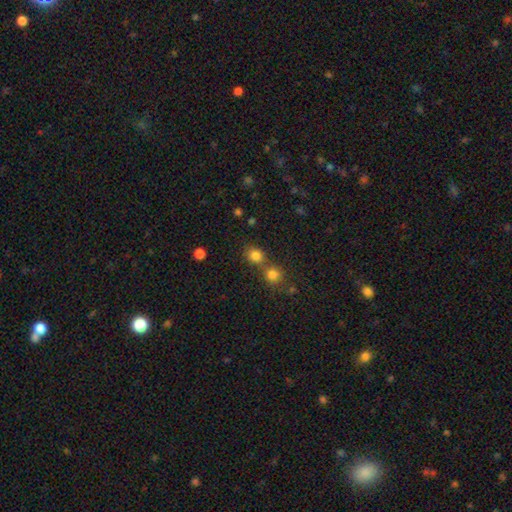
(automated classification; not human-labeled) smooth 80%, star or artifact 14%, featured or disk 6%. Down the decision tree: how rounded — round (75%); merging — none (54%).